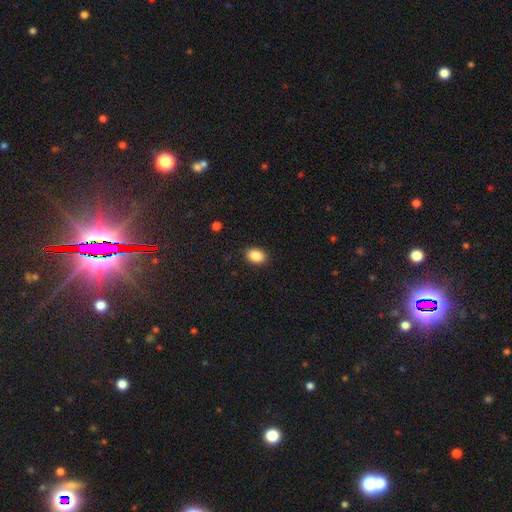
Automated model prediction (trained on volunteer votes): The model was most divided on "how rounded": in between: 78%, round: 21%, cigar-shaped: 1%. More confident: merging — none (88%); smooth or featured — smooth (87%).